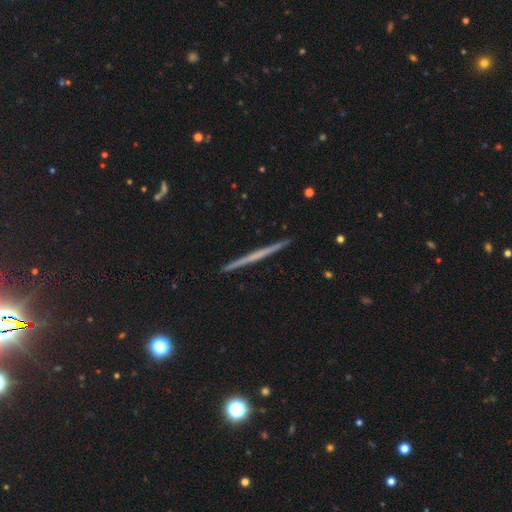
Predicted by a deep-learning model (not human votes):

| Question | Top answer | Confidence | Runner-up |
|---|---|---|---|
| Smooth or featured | featured or disk | 63% | smooth (31%) |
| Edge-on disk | yes | 98% | no (2%) |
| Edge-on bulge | none | 86% | rounded (10%) |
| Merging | none | 93% | minor disturbance (5%) |